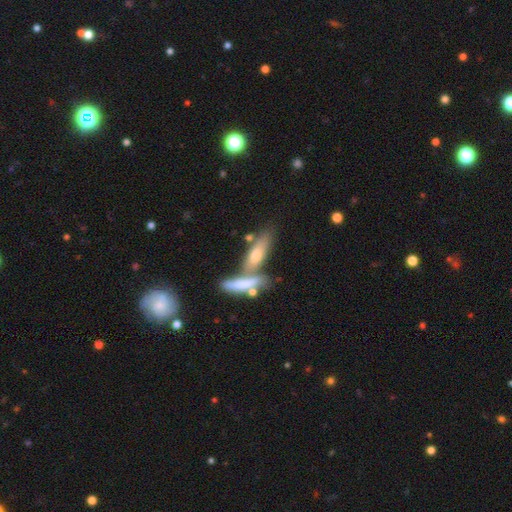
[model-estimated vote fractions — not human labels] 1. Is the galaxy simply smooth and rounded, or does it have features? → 53% smooth, 38% featured or disk, 9% star or artifact.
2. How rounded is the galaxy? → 60% cigar-shaped, 38% in between, 3% round.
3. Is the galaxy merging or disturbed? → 43% none, 41% merger, 11% minor disturbance, 5% major disturbance.